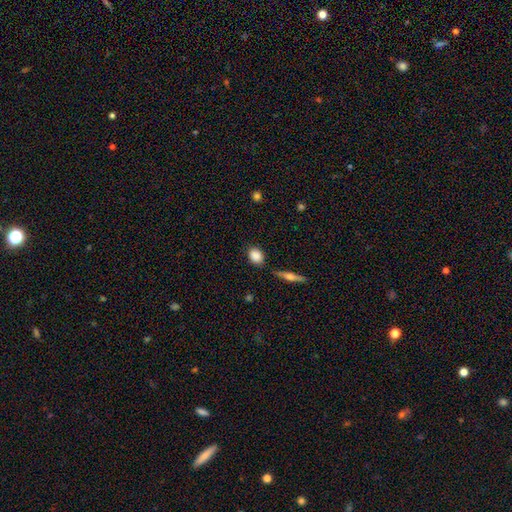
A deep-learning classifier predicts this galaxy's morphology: A smooth galaxy with no disk features (85%) that is in between round and cigar-shaped (53%).

Vote fractions:
- Smooth or featured? smooth: 85% / star or artifact: 7% / featured or disk: 7%
- How rounded? in between: 53% / round: 44% / cigar-shaped: 3%
- Merging? none: 81% / minor disturbance: 13% / merger: 3% / major disturbance: 3%